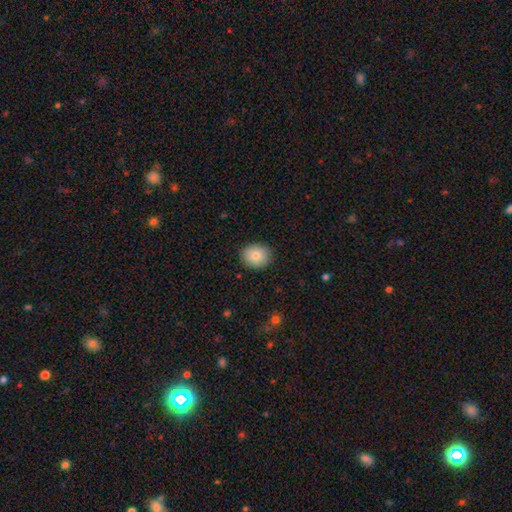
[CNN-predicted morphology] Overall: smooth (81%). How rounded: round (66%; in between 34%). Merging: none (87%).